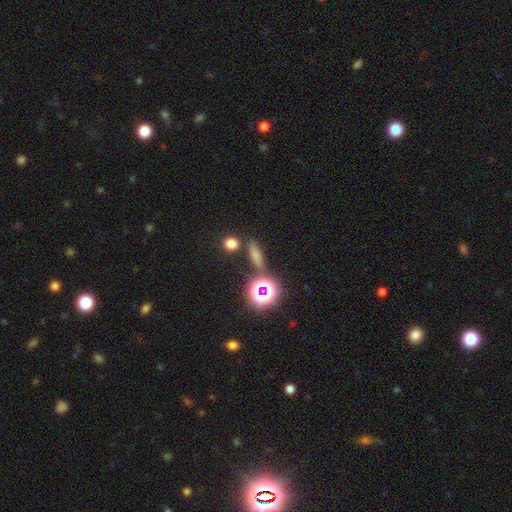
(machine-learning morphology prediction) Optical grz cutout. It shows a smooth galaxy with no disk features (63%) that is cigar-shaped (45%). Merging: none (79%).